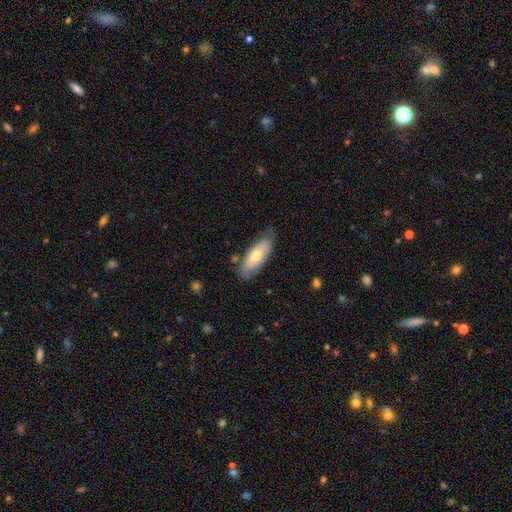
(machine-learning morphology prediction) Smooth or featured? smooth (62%)
How rounded? in between (67%)
Merging? none (73%)